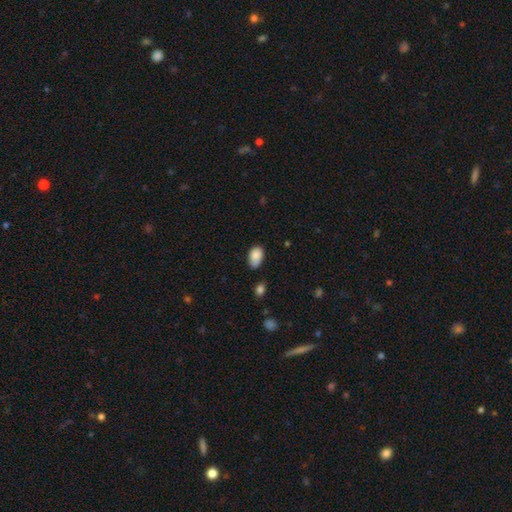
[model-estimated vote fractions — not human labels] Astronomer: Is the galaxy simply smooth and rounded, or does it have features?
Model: smooth — 87%.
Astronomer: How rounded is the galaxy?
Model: in between — 90%.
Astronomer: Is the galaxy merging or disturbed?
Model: none — 58% (runner-up: minor disturbance, 34%).